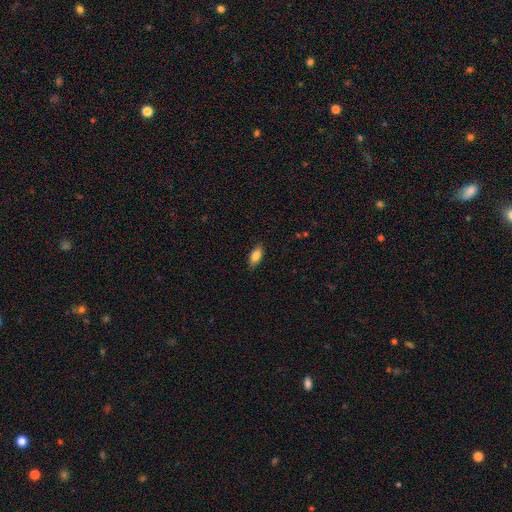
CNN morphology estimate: Smooth or featured: smooth — 84% (featured or disk — 9%)
How rounded: in between — 87% (cigar-shaped — 9%)
Merging: none — 85% (minor disturbance — 12%)